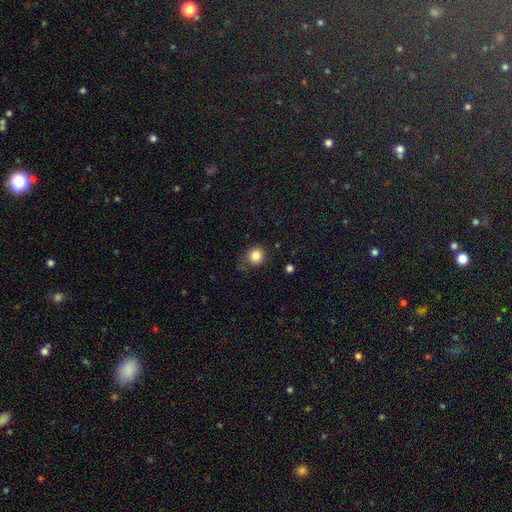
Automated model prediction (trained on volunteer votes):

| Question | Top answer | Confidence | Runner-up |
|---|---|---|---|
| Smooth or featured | smooth | 83% | star or artifact (11%) |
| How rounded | round | 89% | in between (10%) |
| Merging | none | 77% | minor disturbance (17%) |